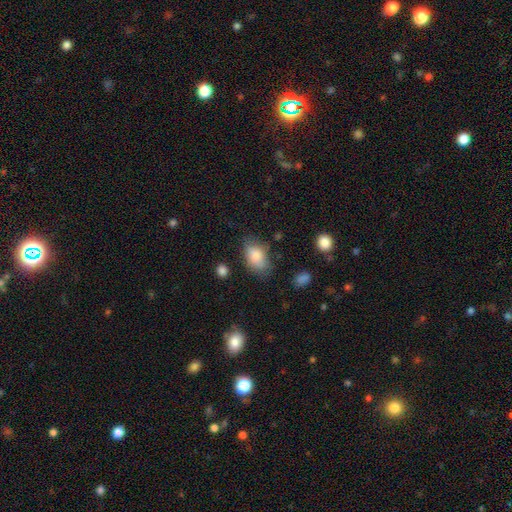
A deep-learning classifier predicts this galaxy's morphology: Smooth or featured?
  - smooth: 83% *
  - featured or disk: 9%
  - star or artifact: 8%
How rounded?
  - in between: 87% *
  - round: 11%
  - cigar-shaped: 2%
Merging?
  - none: 68% *
  - minor disturbance: 23%
  - major disturbance: 6%
  - merger: 3%